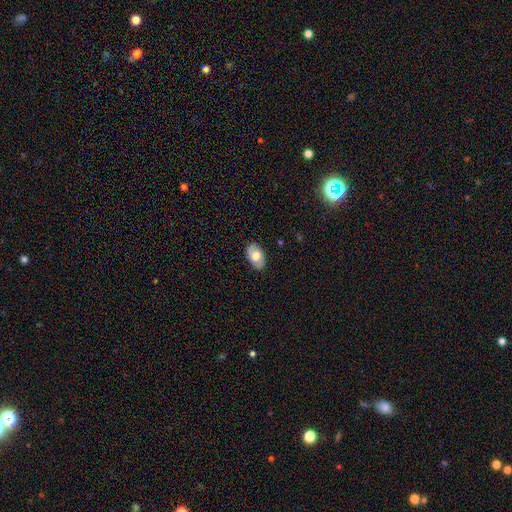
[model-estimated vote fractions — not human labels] This is likely a smooth galaxy (68%). How rounded: clearly in between (93%). Merging: clearly none (84%).